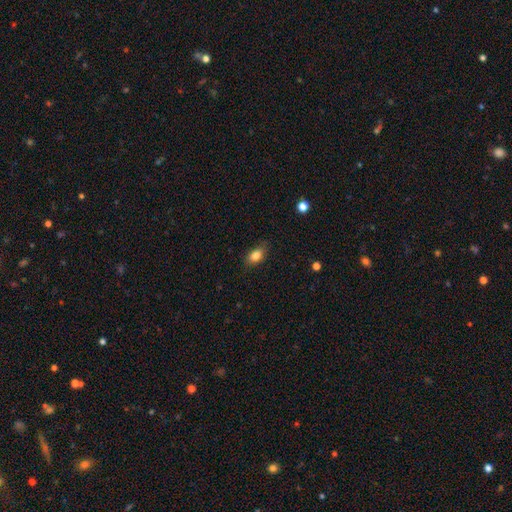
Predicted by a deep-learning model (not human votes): smooth 83%, star or artifact 9%, featured or disk 8%. Down the decision tree: how rounded — in between (84%); merging — none (80%).